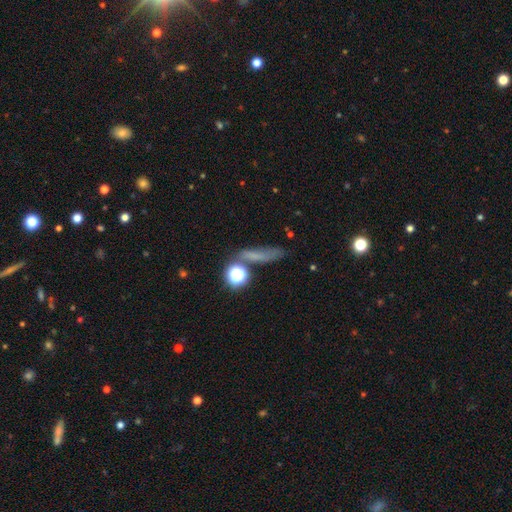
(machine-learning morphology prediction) Smooth or featured?
  - smooth: 57% *
  - star or artifact: 23%
  - featured or disk: 20%
How rounded?
  - cigar-shaped: 60% *
  - in between: 22%
  - round: 18%
Merging?
  - none: 60% *
  - minor disturbance: 19%
  - major disturbance: 11%
  - merger: 10%